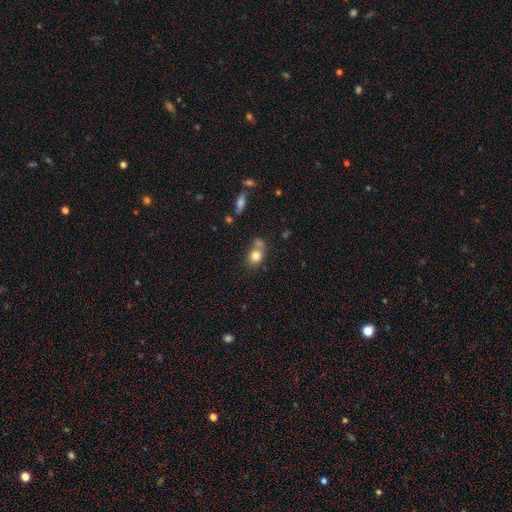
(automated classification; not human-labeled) Smooth or featured?
  - smooth: 80% *
  - featured or disk: 10%
  - star or artifact: 10%
How rounded?
  - round: 54% *
  - in between: 45%
  - cigar-shaped: 2%
Merging?
  - none: 47% *
  - merger: 32%
  - minor disturbance: 15%
  - major disturbance: 6%